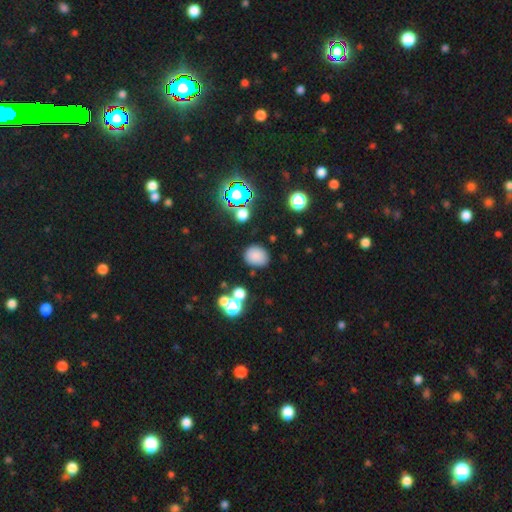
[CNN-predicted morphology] The model was most divided on "how rounded": round: 62%, in between: 37%, cigar-shaped: 1%. More confident: merging — none (80%); smooth or featured — smooth (79%).